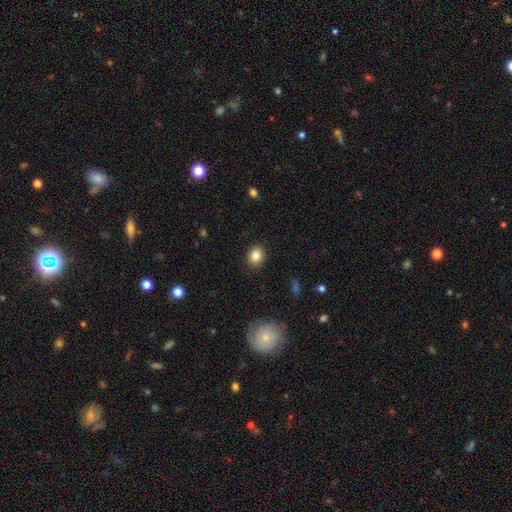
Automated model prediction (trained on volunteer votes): This is clearly a smooth galaxy (85%). How rounded: possibly round (52%). Merging: clearly none (88%).